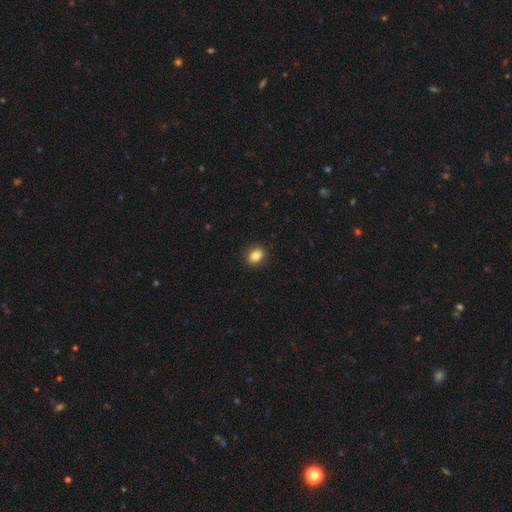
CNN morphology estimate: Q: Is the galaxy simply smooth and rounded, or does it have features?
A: smooth — 85%.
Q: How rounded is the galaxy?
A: in between — 59%.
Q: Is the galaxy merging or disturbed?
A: none — 89%.